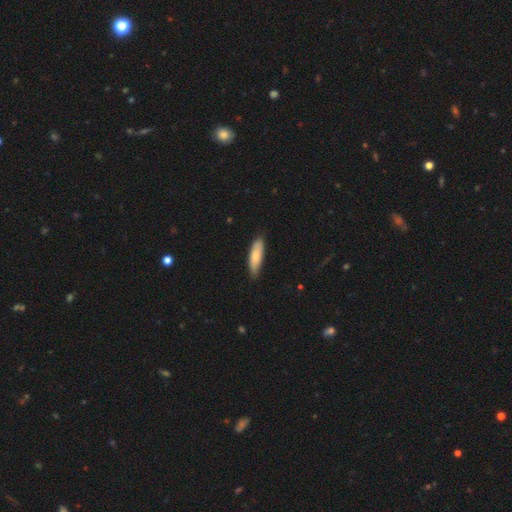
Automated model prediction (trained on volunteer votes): Q: Smooth or featured?
A: smooth (77%); runner-up: featured or disk (17%)
Q: How rounded?
A: cigar-shaped (59%); runner-up: in between (40%)
Q: Merging?
A: none (76%); runner-up: minor disturbance (20%)